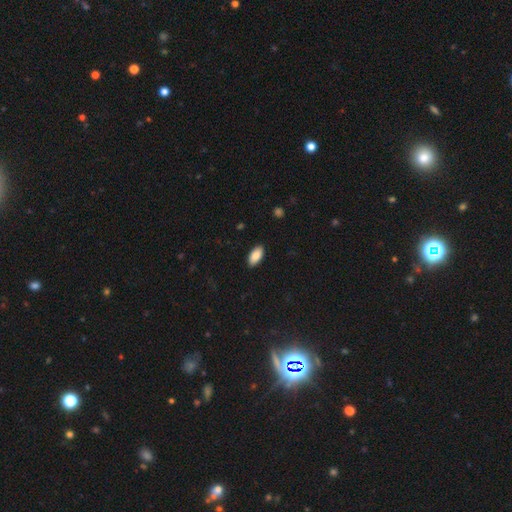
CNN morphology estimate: This appears to be a smooth galaxy with no disk features (89%) that is in between round and cigar-shaped (94%). Merging: none (89%).